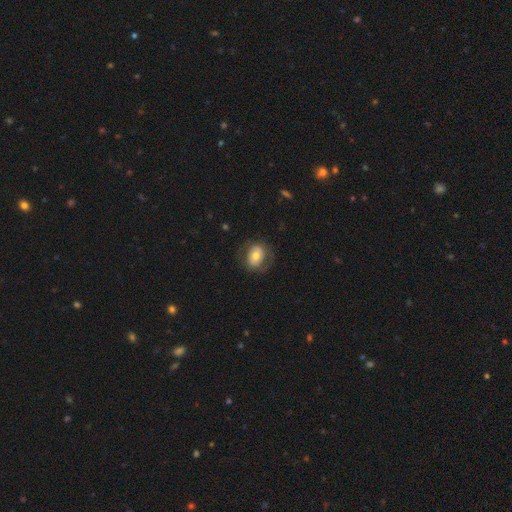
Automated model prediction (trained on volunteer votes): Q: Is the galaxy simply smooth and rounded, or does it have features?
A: smooth — 59%.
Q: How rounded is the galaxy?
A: round — 50%.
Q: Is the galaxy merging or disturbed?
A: none — 72%.